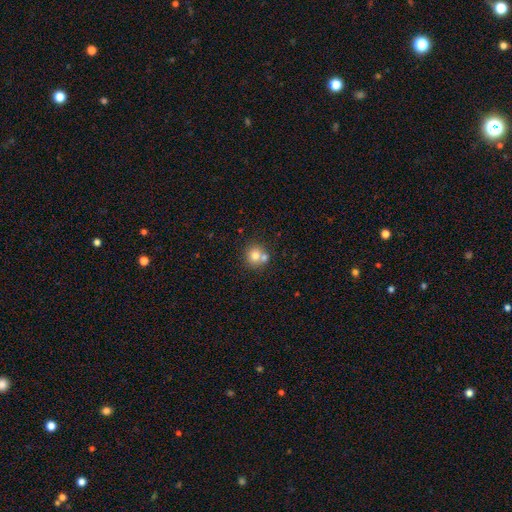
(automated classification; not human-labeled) This is likely a smooth galaxy (76%). How rounded: clearly round (87%). Merging: possibly none (52%).